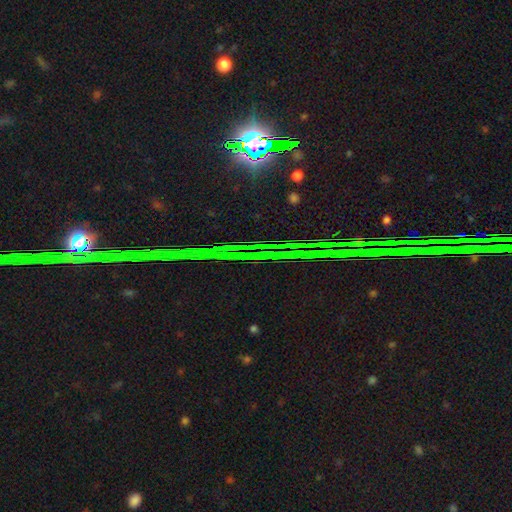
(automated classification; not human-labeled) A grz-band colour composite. It shows a star or artifact, not a galaxy (85%).